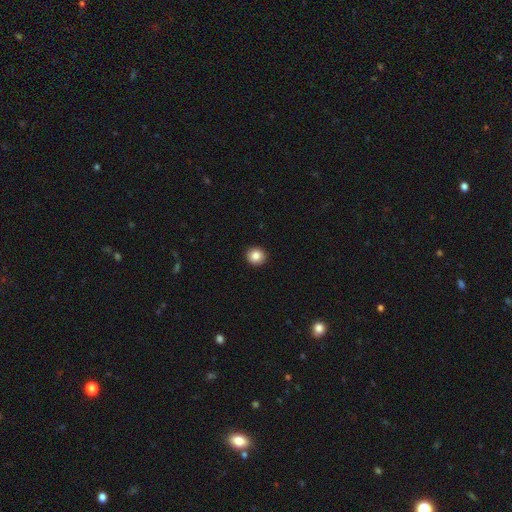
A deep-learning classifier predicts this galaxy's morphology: This is clearly a smooth galaxy (86%). How rounded: clearly round (92%). Merging: clearly none (93%).